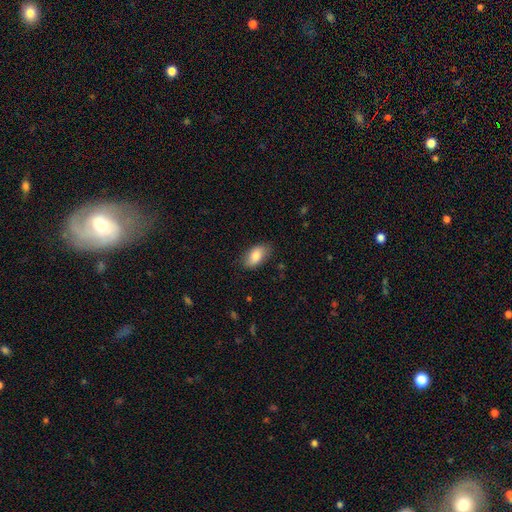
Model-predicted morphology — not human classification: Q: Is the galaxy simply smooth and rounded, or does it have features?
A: smooth — 83%.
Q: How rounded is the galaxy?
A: in between — 92%.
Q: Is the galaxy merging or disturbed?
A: none — 81%.